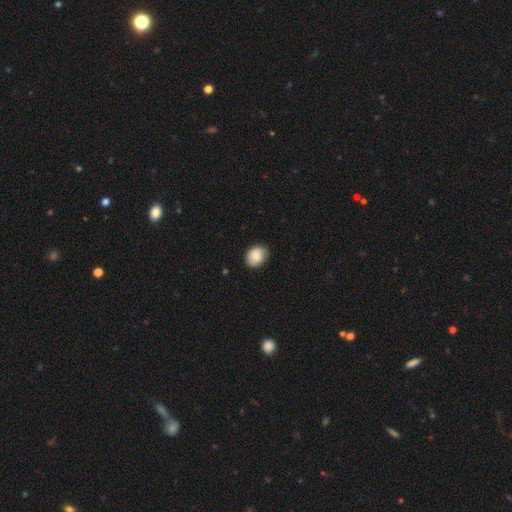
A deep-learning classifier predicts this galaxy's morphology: Smooth or featured: smooth — 81% (featured or disk — 11%)
How rounded: round — 51% (in between — 48%)
Merging: none — 80% (minor disturbance — 16%)